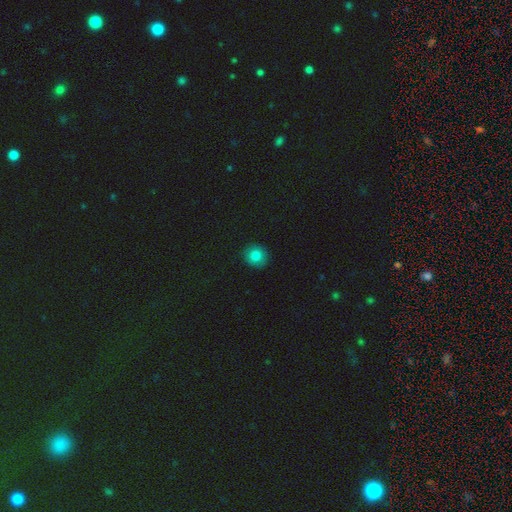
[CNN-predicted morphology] Smooth or featured? Predicted: smooth (p=0.82). How rounded? Predicted: round (p=0.89). Merging? Predicted: none (p=0.91).